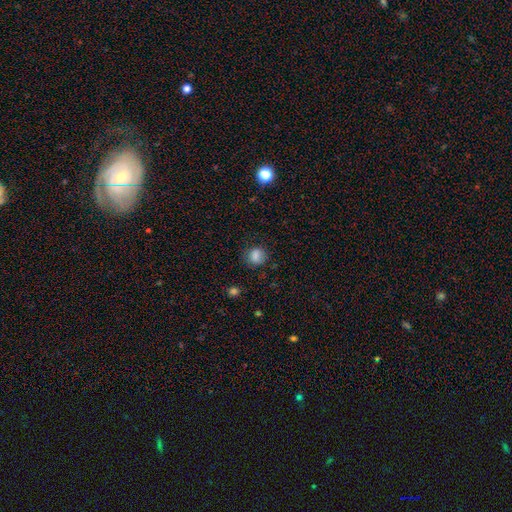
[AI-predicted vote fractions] Smooth or featured? Predicted: smooth (p=0.82). How rounded? Predicted: round (p=0.73). Merging? Predicted: none (p=0.73).